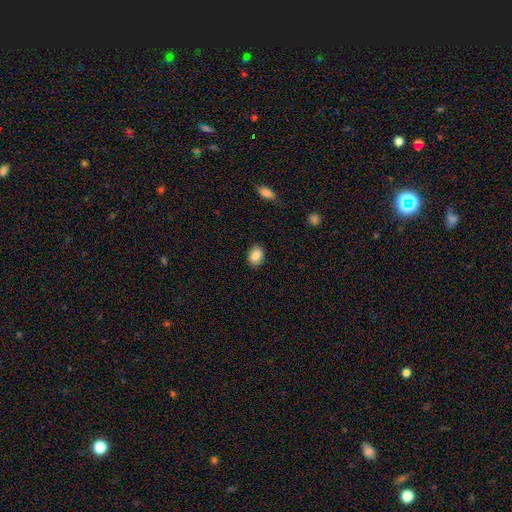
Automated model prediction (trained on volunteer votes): smooth 85%, star or artifact 8%, featured or disk 7%. Down the decision tree: how rounded — in between (68%); merging — none (87%).